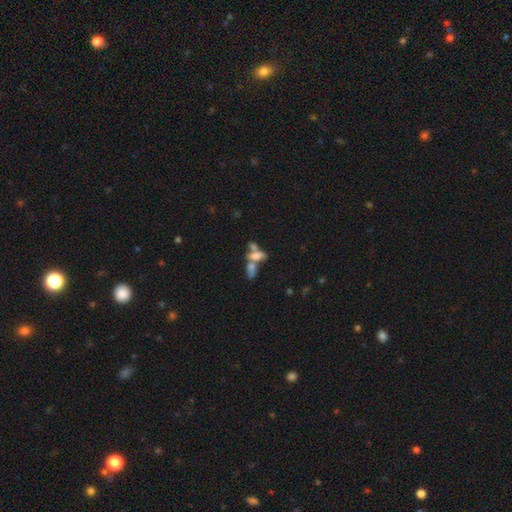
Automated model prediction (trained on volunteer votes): smooth-or-featured: smooth: 54% | featured or disk: 32% | star or artifact: 14%
  how-rounded: in between: 73% | cigar-shaped: 19% | round: 9%
  merging: merger: 59% | none: 22% | major disturbance: 10% | minor disturbance: 9%